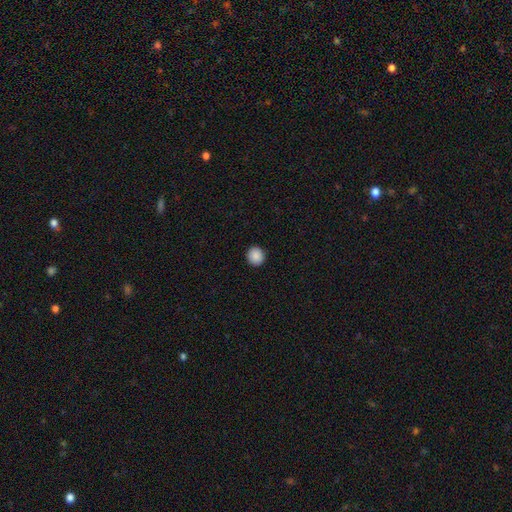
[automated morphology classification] A smooth galaxy with no disk features (89%) that is round (91%). Merging: none (92%).